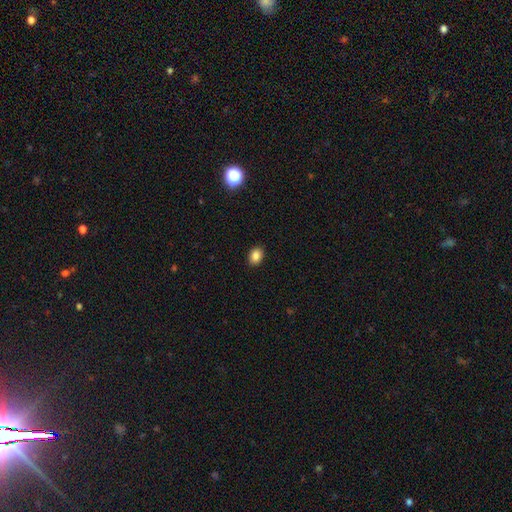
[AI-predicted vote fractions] Smooth or featured?
  - smooth: 86% *
  - star or artifact: 10%
  - featured or disk: 4%
How rounded?
  - in between: 68% *
  - round: 31%
  - cigar-shaped: 1%
Merging?
  - none: 91% *
  - minor disturbance: 7%
  - major disturbance: 2%
  - merger: 1%